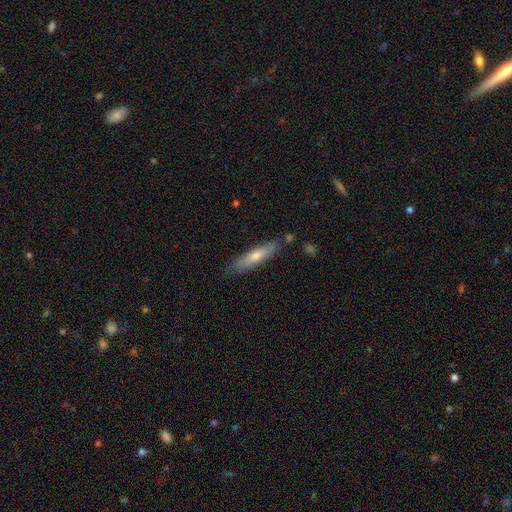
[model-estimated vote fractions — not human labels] A smooth galaxy with no disk features (61%) that is cigar-shaped (83%). Merging: none (78%).